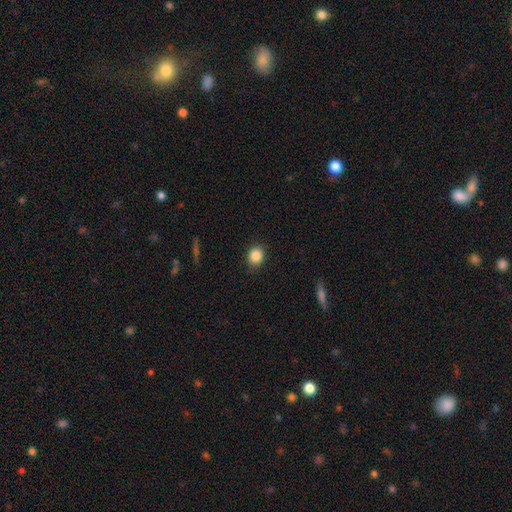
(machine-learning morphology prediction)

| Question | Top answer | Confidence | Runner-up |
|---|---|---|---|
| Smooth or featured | smooth | 86% | star or artifact (10%) |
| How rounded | round | 74% | in between (25%) |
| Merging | none | 87% | minor disturbance (10%) |